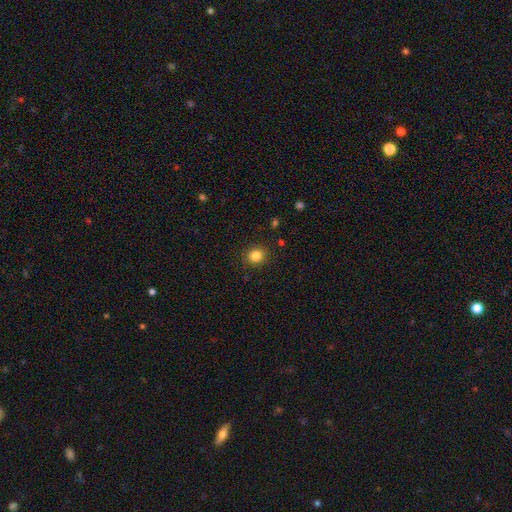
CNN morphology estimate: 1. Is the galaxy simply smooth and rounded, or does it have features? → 83% smooth, 12% star or artifact, 5% featured or disk.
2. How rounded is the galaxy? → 84% round, 16% in between, 1% cigar-shaped.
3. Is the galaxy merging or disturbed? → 90% none, 6% minor disturbance, 2% major disturbance, 1% merger.